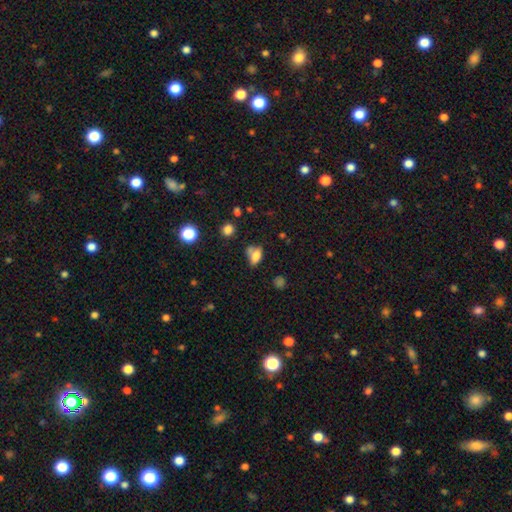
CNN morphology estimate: smooth-or-featured: smooth: 75% | featured or disk: 13% | star or artifact: 12%
  how-rounded: in between: 81% | round: 14% | cigar-shaped: 4%
  merging: none: 41% | minor disturbance: 29% | merger: 17% | major disturbance: 13%